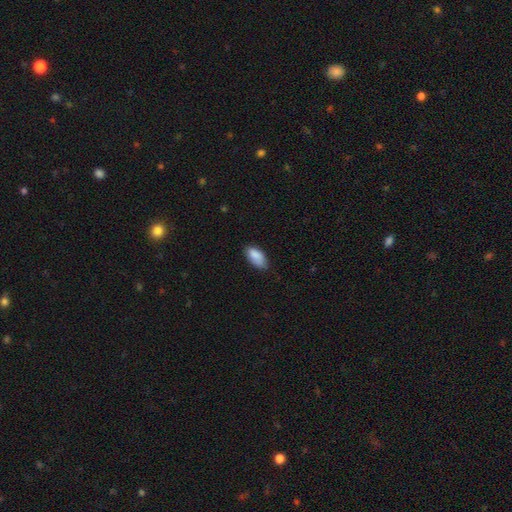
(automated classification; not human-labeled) A smooth galaxy with no disk features (88%) that is in between round and cigar-shaped (92%).

Vote fractions:
- Smooth or featured? smooth: 88% / star or artifact: 7% / featured or disk: 6%
- How rounded? in between: 92% / cigar-shaped: 5% / round: 3%
- Merging? none: 69% / minor disturbance: 26% / major disturbance: 4% / merger: 1%